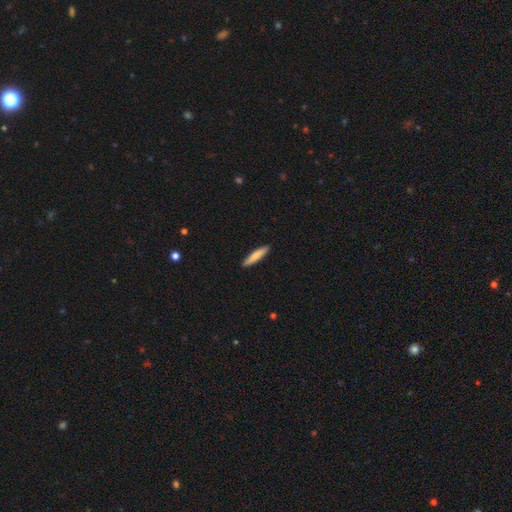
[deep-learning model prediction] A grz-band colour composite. It shows a smooth galaxy with no disk features (78%) that is cigar-shaped (88%). Merging: none (91%).